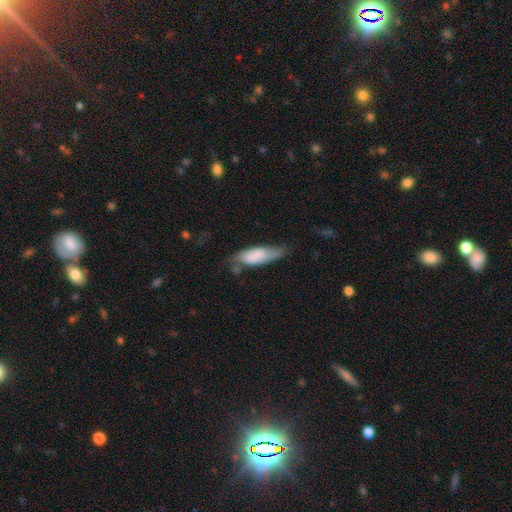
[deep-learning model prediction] A smooth galaxy with no disk features (74%) that is in between round and cigar-shaped (57%).

Vote fractions:
- Smooth or featured? smooth: 74% / featured or disk: 20% / star or artifact: 6%
- How rounded? in between: 57% / cigar-shaped: 41% / round: 2%
- Merging? none: 45% / minor disturbance: 36% / major disturbance: 14% / merger: 5%